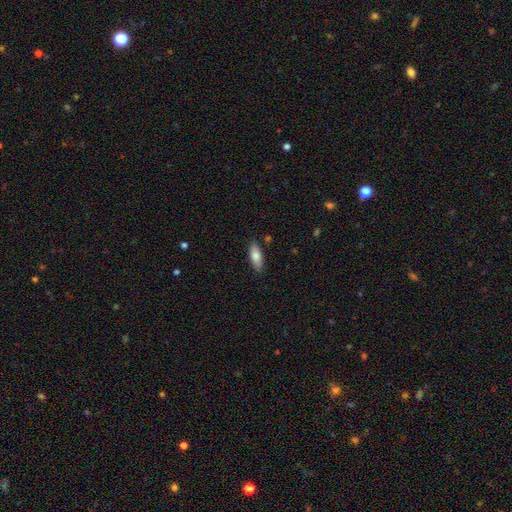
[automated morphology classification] Smooth or featured? Predicted: smooth (p=0.76). How rounded? Predicted: in between (p=0.65). Merging? Predicted: none (p=0.86).